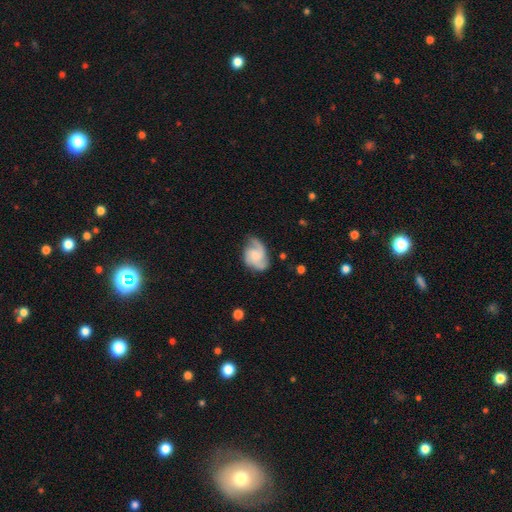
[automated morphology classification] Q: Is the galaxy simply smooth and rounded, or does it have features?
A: featured or disk — 75%.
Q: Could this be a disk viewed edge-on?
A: no — 98%.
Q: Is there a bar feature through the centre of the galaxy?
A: no — 66%.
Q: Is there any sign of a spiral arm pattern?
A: yes — 95%.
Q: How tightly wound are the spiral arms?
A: medium — 49%.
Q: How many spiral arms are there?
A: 3 — 42%.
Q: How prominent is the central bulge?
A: small — 39%.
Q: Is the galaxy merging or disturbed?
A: none — 60%.